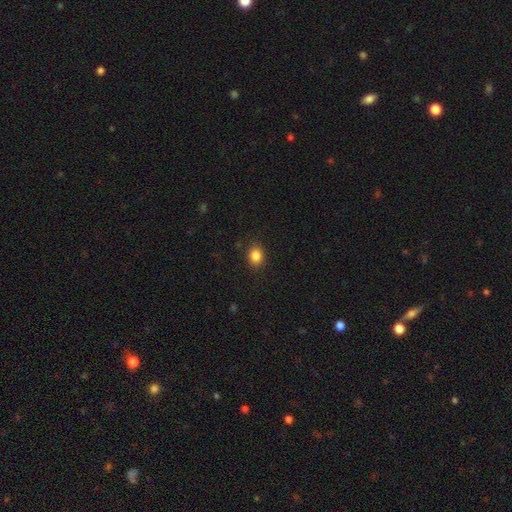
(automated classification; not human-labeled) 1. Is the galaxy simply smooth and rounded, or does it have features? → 86% smooth, 10% star or artifact, 4% featured or disk.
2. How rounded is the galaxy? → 50% in between, 49% round, 1% cigar-shaped.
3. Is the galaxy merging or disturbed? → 87% none, 9% minor disturbance, 2% major disturbance, 1% merger.